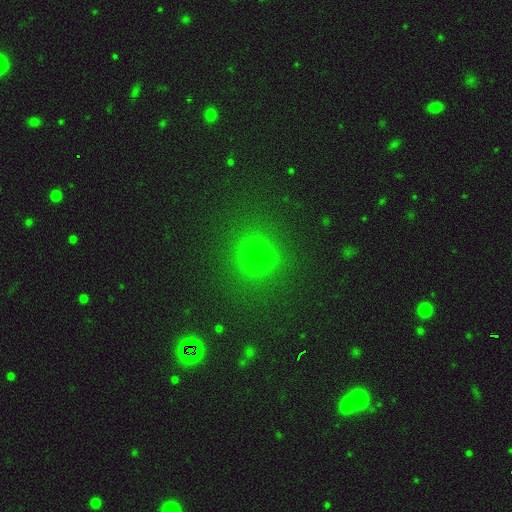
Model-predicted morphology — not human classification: smooth-or-featured: smooth: 59% | star or artifact: 30% | featured or disk: 11%
  how-rounded: round: 85% | in between: 14% | cigar-shaped: 1%
  merging: none: 56% | merger: 33% | minor disturbance: 8% | major disturbance: 3%